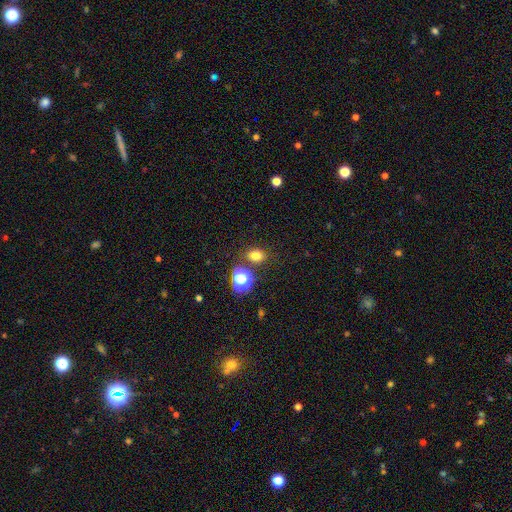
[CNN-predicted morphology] Smooth or featured? smooth (76%)
How rounded? in between (56%)
Merging? none (78%)